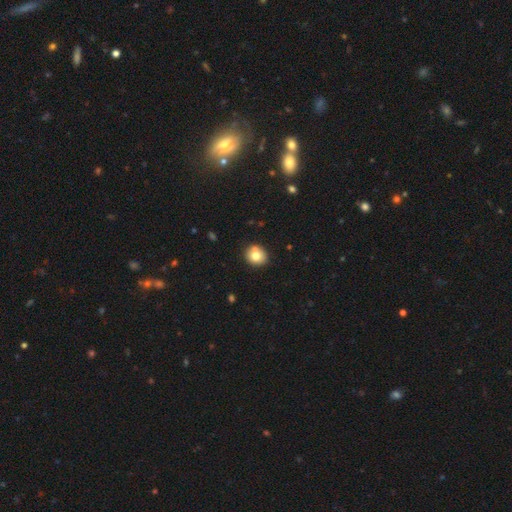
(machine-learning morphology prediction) Q: Smooth or featured?
A: smooth (76%); runner-up: featured or disk (14%)
Q: How rounded?
A: round (77%); runner-up: in between (22%)
Q: Merging?
A: none (80%); runner-up: minor disturbance (11%)